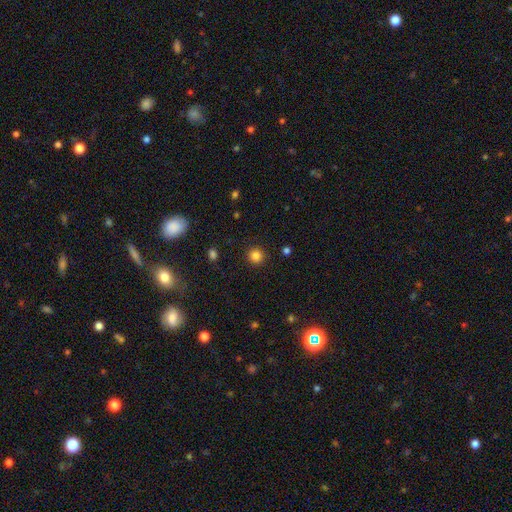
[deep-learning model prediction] smooth_or_featured: smooth (p=0.83) [alt: star or artifact p=0.13]
how_rounded: round (p=0.93) [alt: in between p=0.06]
merging: none (p=0.91) [alt: minor disturbance p=0.05]